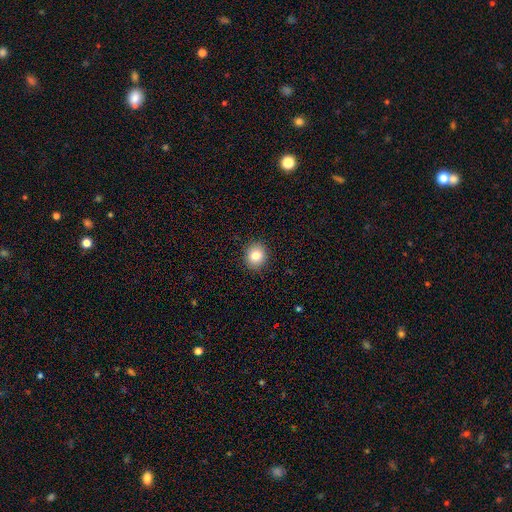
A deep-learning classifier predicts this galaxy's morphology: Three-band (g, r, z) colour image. It shows a smooth galaxy with no disk features (82%) that is round (76%). Merging: none (91%).